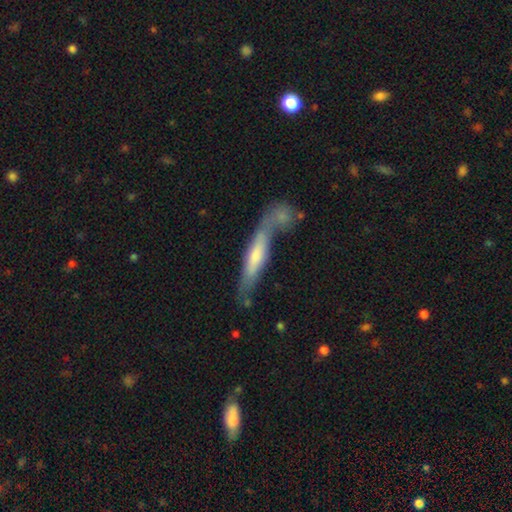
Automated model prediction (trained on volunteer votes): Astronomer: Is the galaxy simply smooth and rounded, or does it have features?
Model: smooth — 53% (runner-up: featured or disk, 41%).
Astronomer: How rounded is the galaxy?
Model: cigar-shaped — 83%.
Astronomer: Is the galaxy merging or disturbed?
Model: none — 41% (runner-up: merger, 34%).